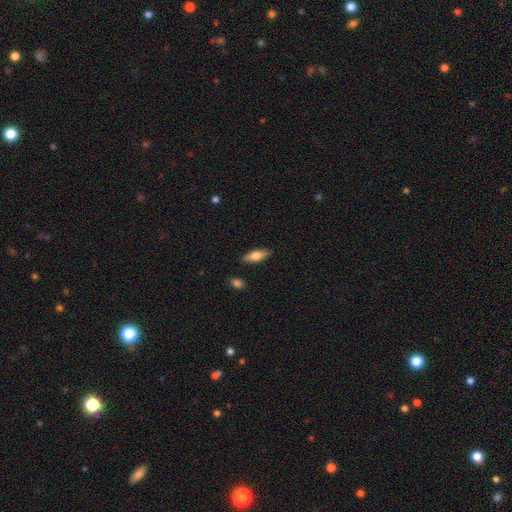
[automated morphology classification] smooth 69%, featured or disk 25%, star or artifact 6%. Down the decision tree: how rounded — in between (63%); merging — none (87%).